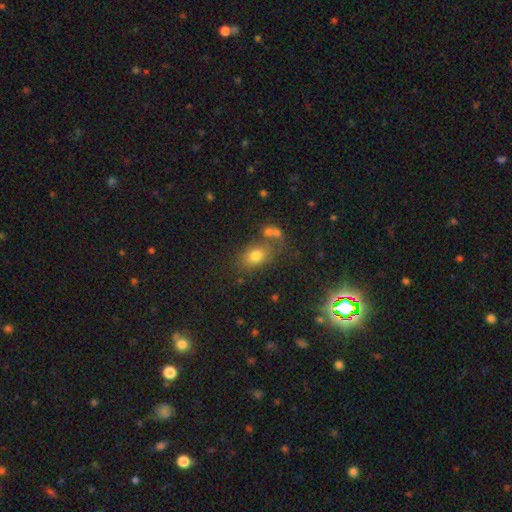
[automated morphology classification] The model was most divided on "how rounded": in between: 73%, round: 25%, cigar-shaped: 2%. More confident: smooth or featured — smooth (74%); merging — none (64%).